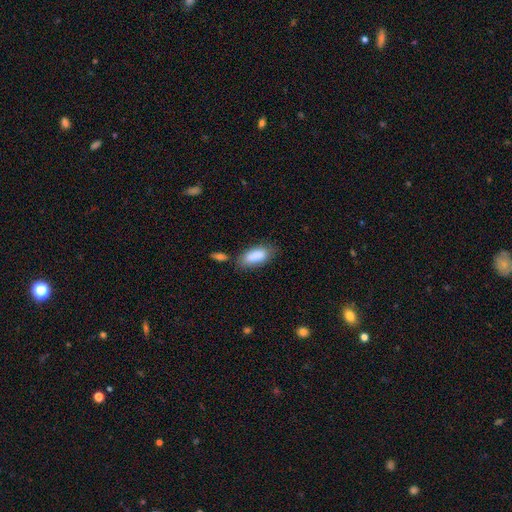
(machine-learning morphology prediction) Smooth or featured: smooth — 87% (star or artifact — 7%)
How rounded: in between — 86% (cigar-shaped — 11%)
Merging: none — 64% (minor disturbance — 19%)